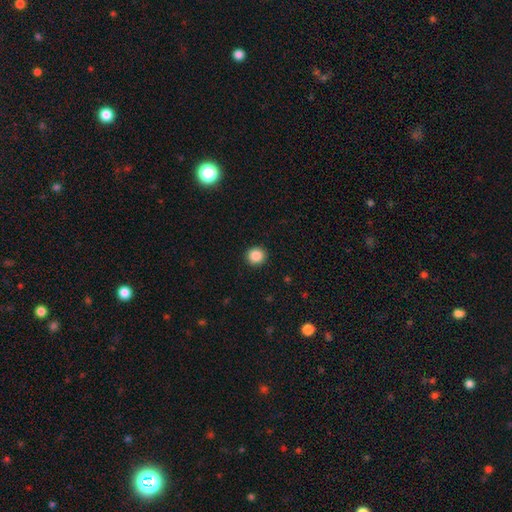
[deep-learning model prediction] This appears to be a smooth galaxy with no disk features (88%) that is round (92%). Merging: none (92%).